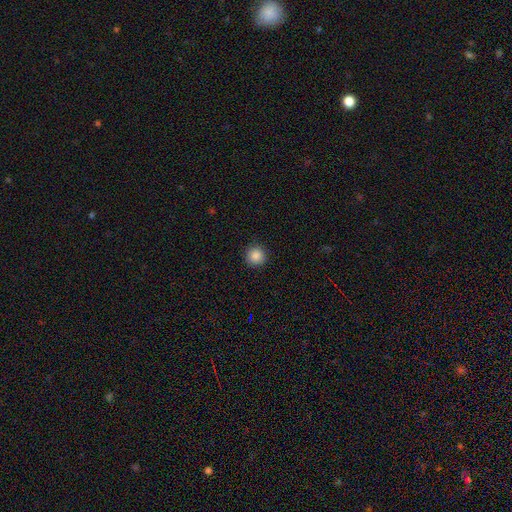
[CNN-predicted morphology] smooth_or_featured: smooth (p=0.86) [alt: star or artifact p=0.10]
how_rounded: round (p=0.95) [alt: in between p=0.04]
merging: none (p=0.92) [alt: minor disturbance p=0.05]